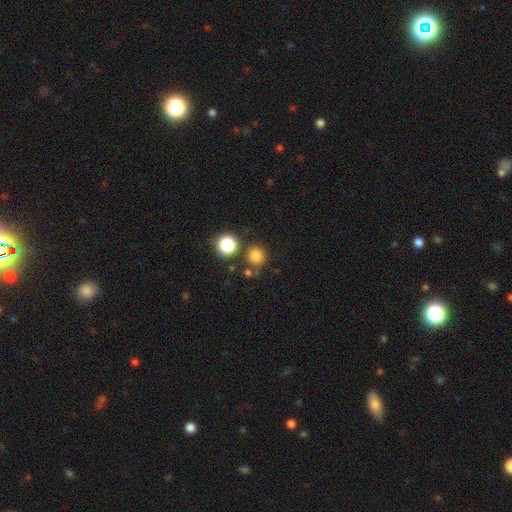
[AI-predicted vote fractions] Morphology: type=smooth (78%); roundness=round (89%); merging=none (78%).